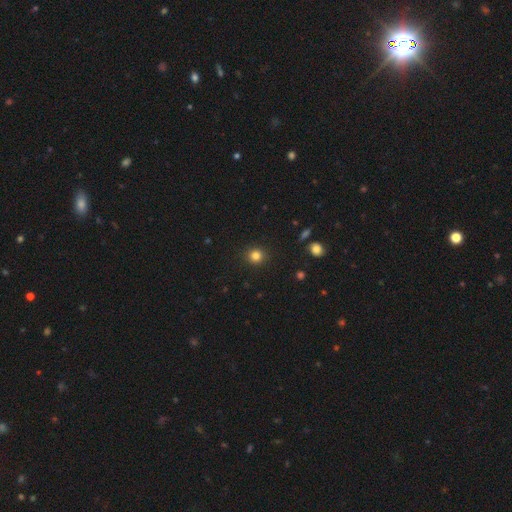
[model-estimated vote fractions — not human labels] Smooth or featured? smooth (83%)
How rounded? round (89%)
Merging? none (91%)